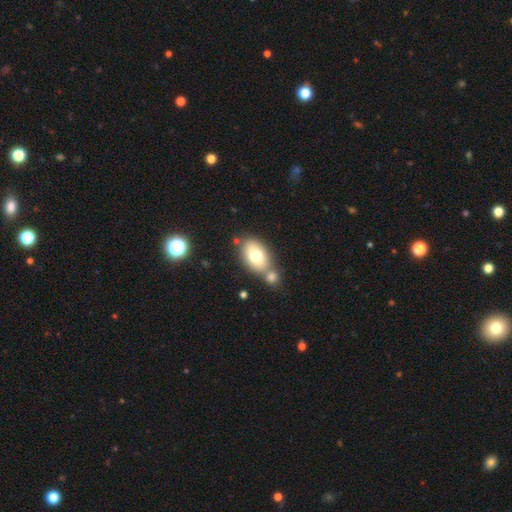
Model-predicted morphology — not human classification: smooth_or_featured: smooth (p=0.72) [alt: featured or disk p=0.19]
how_rounded: in between (p=0.84) [alt: round p=0.14]
merging: none (p=0.55) [alt: merger p=0.30]